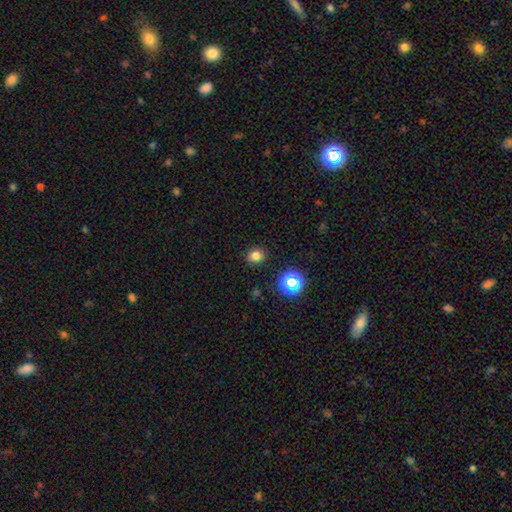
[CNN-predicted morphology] smooth 77%, star or artifact 17%, featured or disk 5%. Down the decision tree: how rounded — round (72%); merging — none (90%).